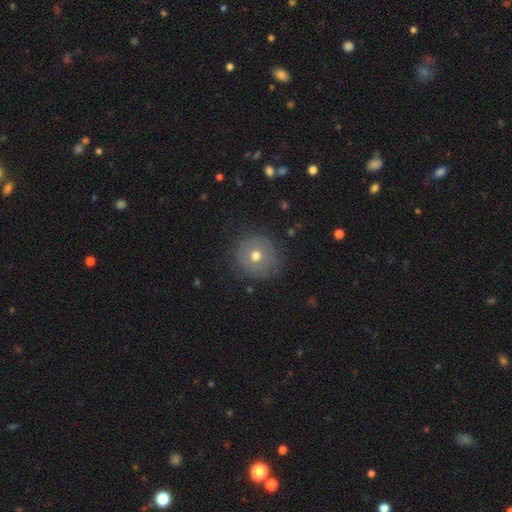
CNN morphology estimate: A smooth galaxy with no disk features (62%) that is round (91%).

Vote fractions:
- Smooth or featured? smooth: 62% / featured or disk: 27% / star or artifact: 11%
- How rounded? round: 91% / in between: 8% / cigar-shaped: 1%
- Merging? none: 78% / minor disturbance: 15% / major disturbance: 6% / merger: 1%